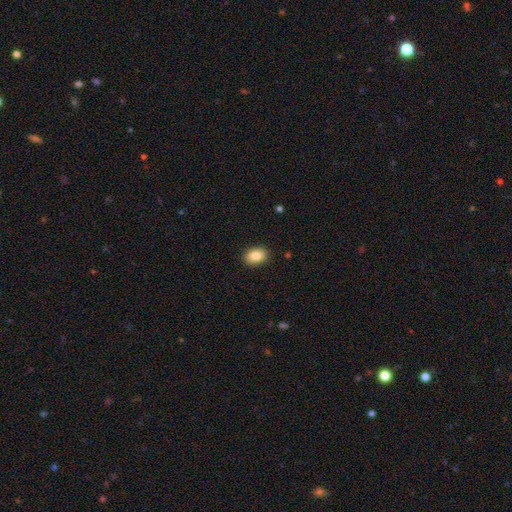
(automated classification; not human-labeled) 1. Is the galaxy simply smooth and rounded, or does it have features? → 86% smooth, 8% star or artifact, 7% featured or disk.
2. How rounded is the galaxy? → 82% in between, 16% round, 1% cigar-shaped.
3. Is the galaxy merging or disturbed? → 89% none, 8% minor disturbance, 2% major disturbance, 1% merger.